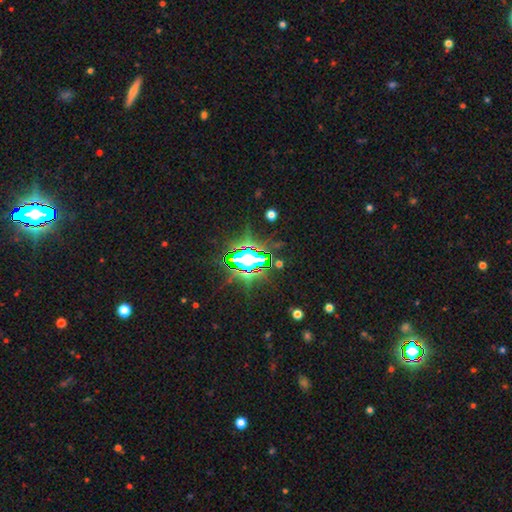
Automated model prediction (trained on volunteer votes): Q: Smooth or featured?
A: star or artifact (78%); runner-up: smooth (11%)